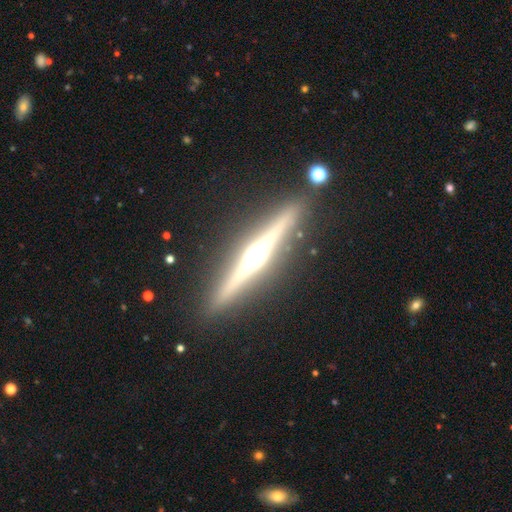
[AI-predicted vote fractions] smooth_or_featured: featured or disk (p=0.83) [alt: smooth p=0.10]
disk_edge_on: yes (p=0.98) [alt: no p=0.02]
edge_on_bulge: rounded (p=0.91) [alt: boxy p=0.06]
merging: none (p=0.89) [alt: minor disturbance p=0.07]